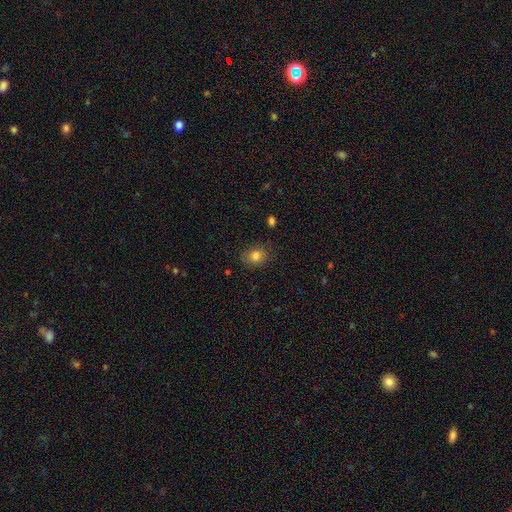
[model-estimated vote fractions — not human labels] The model was most divided on "how rounded": round: 54%, in between: 45%, cigar-shaped: 1%. More confident: merging — none (83%); smooth or featured — smooth (81%).